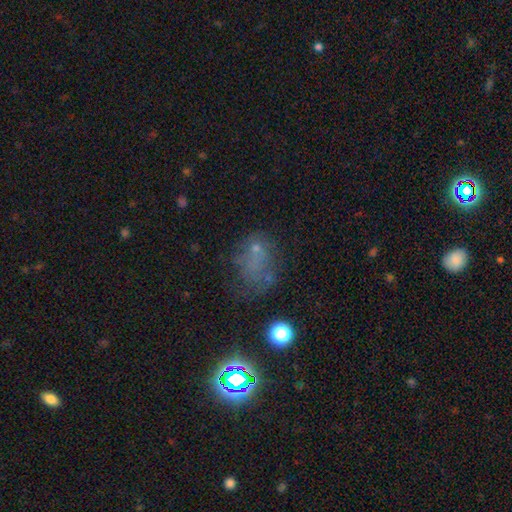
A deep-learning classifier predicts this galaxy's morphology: smooth-or-featured: smooth: 43% | star or artifact: 31% | featured or disk: 26%
  merging: none: 39% | major disturbance: 31% | minor disturbance: 22% | merger: 8%